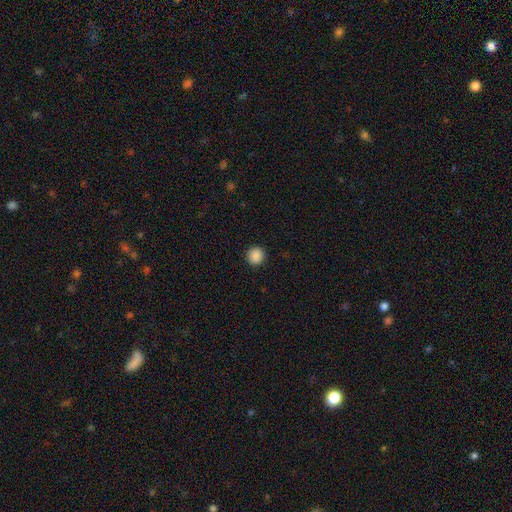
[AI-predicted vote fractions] smooth_or_featured: smooth (p=0.89) [alt: star or artifact p=0.09]
how_rounded: round (p=0.94) [alt: in between p=0.05]
merging: none (p=0.92) [alt: minor disturbance p=0.05]